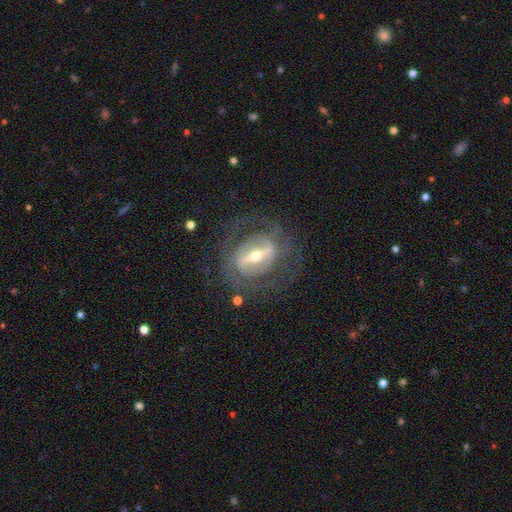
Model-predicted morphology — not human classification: Smooth or featured: featured or disk — 87% (smooth — 8%)
Edge-on disk: no — 88% (yes — 12%)
Bar: strong — 75% (weak — 19%)
Spiral arms: yes — 77% (no — 23%)
Spiral winding: tight — 47% (medium — 38%)
Spiral arm count: 2 — 60% (can't tell — 22%)
Bulge size: moderate — 54% (small — 40%)
Merging: none — 73% (minor disturbance — 13%)